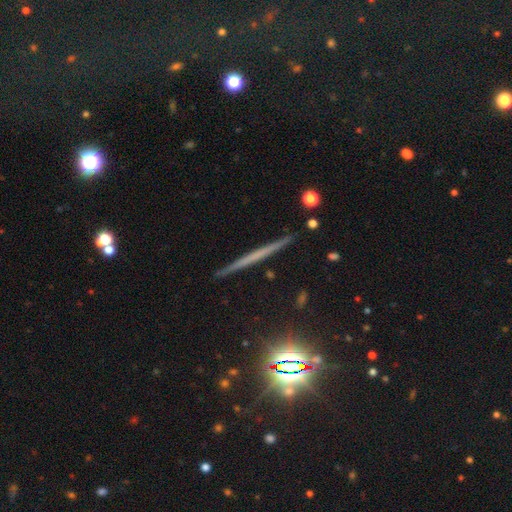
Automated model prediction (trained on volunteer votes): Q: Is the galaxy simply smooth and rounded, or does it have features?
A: featured or disk — 55%.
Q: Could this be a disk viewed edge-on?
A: yes — 97%.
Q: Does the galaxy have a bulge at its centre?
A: none — 85%.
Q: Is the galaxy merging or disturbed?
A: none — 90%.